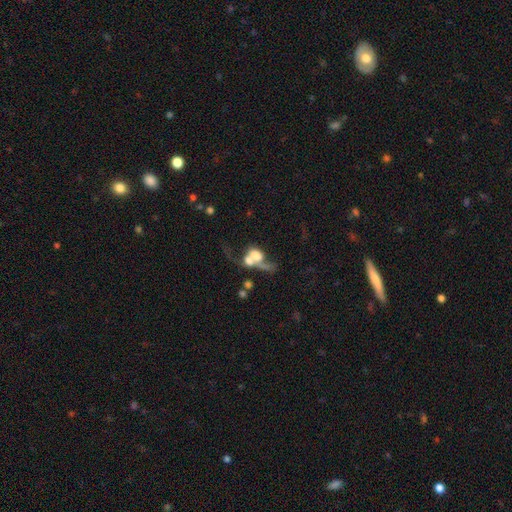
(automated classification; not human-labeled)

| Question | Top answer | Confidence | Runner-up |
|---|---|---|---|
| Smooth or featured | smooth | 47% | featured or disk (41%) |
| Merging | merger | 66% | major disturbance (18%) |